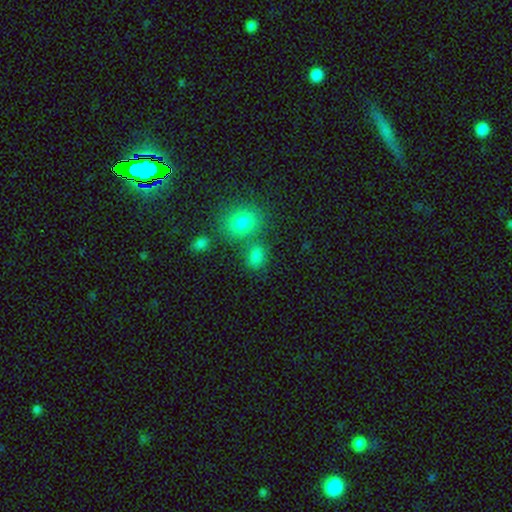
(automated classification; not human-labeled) smooth_or_featured: smooth (p=0.79) [alt: star or artifact p=0.14]
how_rounded: in between (p=0.67) [alt: round p=0.31]
merging: none (p=0.62) [alt: merger p=0.20]